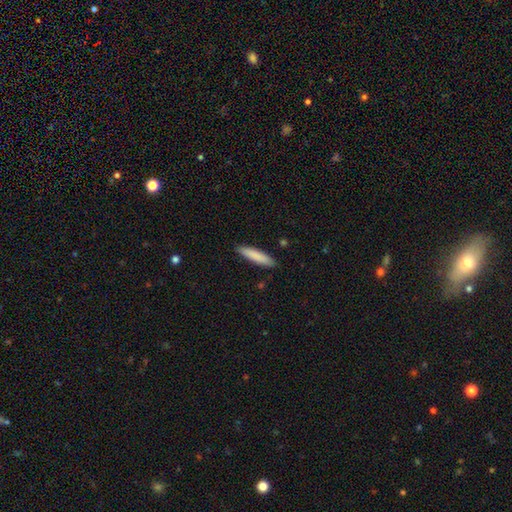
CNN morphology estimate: The model was most divided on "how rounded": cigar-shaped: 83%, in between: 15%, round: 1%. More confident: merging — none (90%); smooth or featured — smooth (84%).